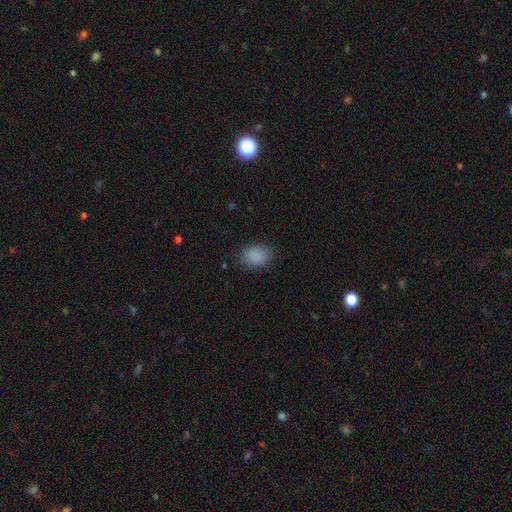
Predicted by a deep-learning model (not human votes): Smooth or featured?
  - smooth: 87% *
  - star or artifact: 9%
  - featured or disk: 4%
How rounded?
  - in between: 72% *
  - round: 27%
  - cigar-shaped: 1%
Merging?
  - none: 81% *
  - minor disturbance: 14%
  - major disturbance: 4%
  - merger: 1%